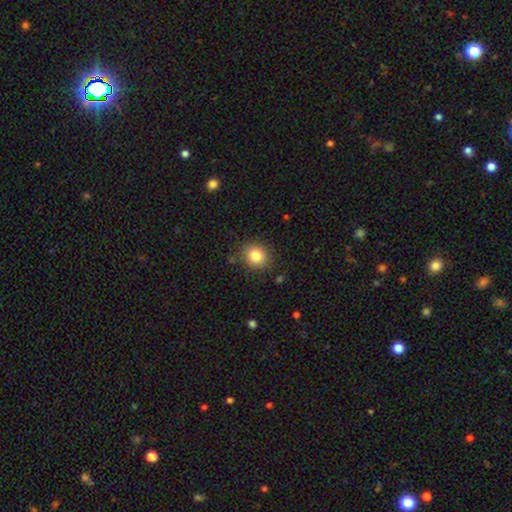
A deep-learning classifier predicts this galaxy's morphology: This appears to be a smooth galaxy with no disk features (83%) that is round (79%). Merging: none (86%).